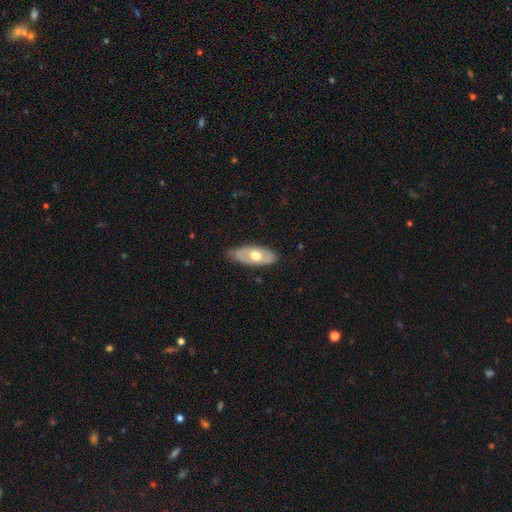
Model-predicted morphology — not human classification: This appears to be a smooth galaxy with no disk features (50%) that is in between round and cigar-shaped (87%). Merging: none (75%).